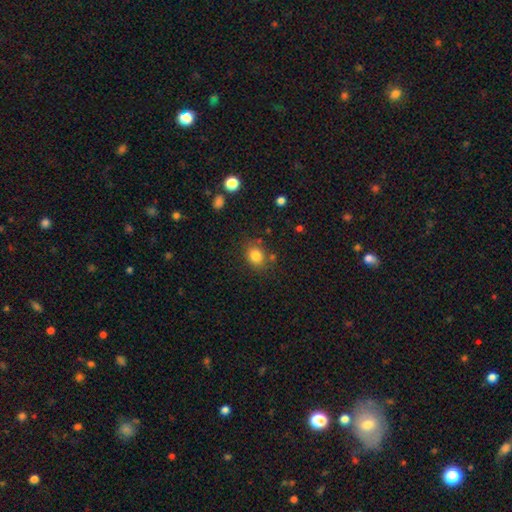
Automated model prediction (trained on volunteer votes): Q: Smooth or featured?
A: smooth (82%); runner-up: star or artifact (11%)
Q: How rounded?
A: round (58%); runner-up: in between (41%)
Q: Merging?
A: none (77%); runner-up: minor disturbance (13%)